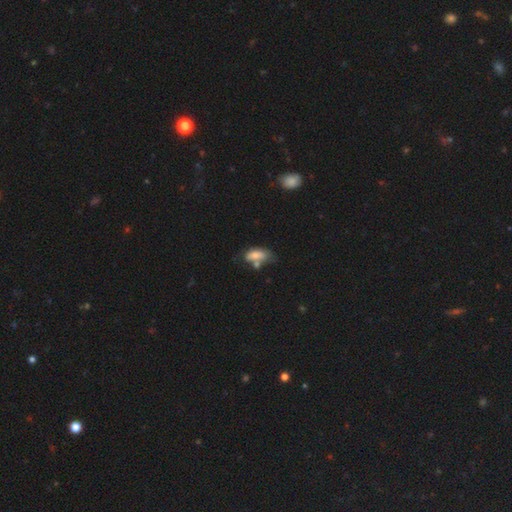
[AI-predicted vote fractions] Smooth or featured? smooth (71%)
How rounded? in between (87%)
Merging? none (36%)